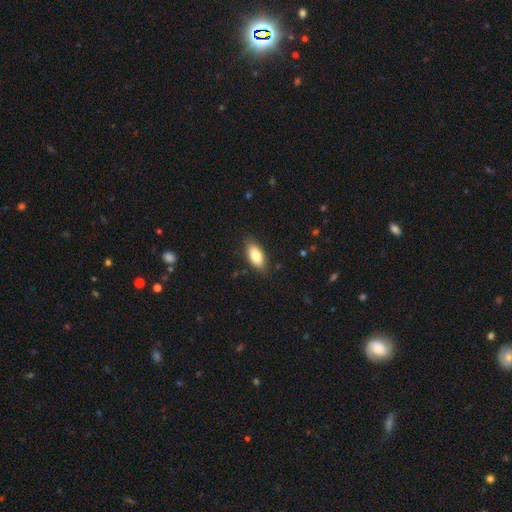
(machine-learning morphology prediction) Smooth or featured?
  - smooth: 83% *
  - featured or disk: 10%
  - star or artifact: 6%
How rounded?
  - in between: 88% *
  - cigar-shaped: 9%
  - round: 3%
Merging?
  - none: 84% *
  - minor disturbance: 12%
  - major disturbance: 2%
  - merger: 1%